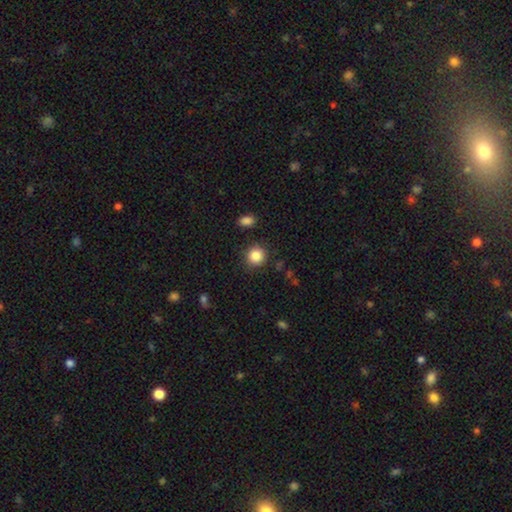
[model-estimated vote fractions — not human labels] smooth-or-featured: smooth: 86% | star or artifact: 10% | featured or disk: 4%
  how-rounded: round: 91% | in between: 8% | cigar-shaped: 1%
  merging: none: 88% | minor disturbance: 7% | major disturbance: 2% | merger: 2%